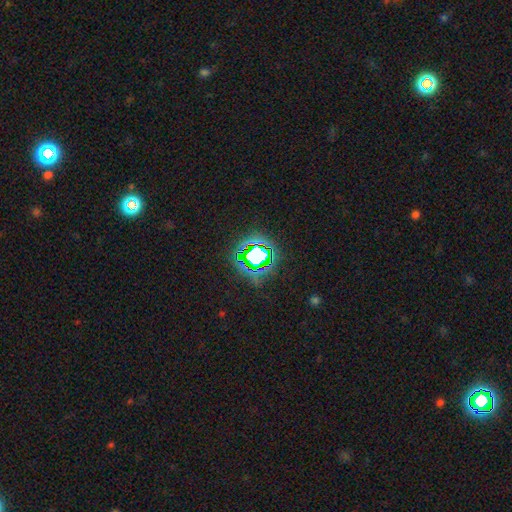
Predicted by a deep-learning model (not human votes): smooth_or_featured: star or artifact (p=0.68) [alt: smooth p=0.19]